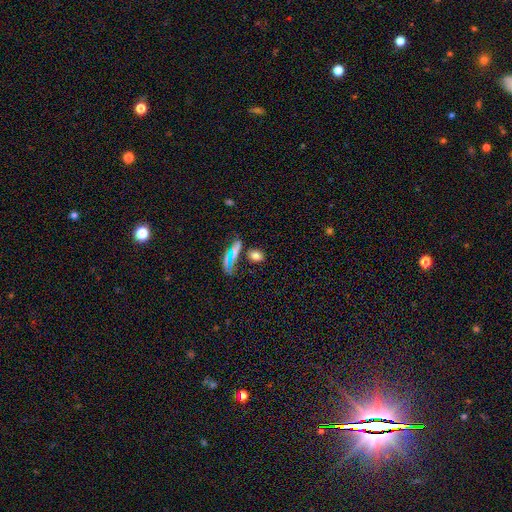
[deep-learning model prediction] A smooth galaxy with no disk features (77%) that is in between round and cigar-shaped (70%). Merging: none (68%).